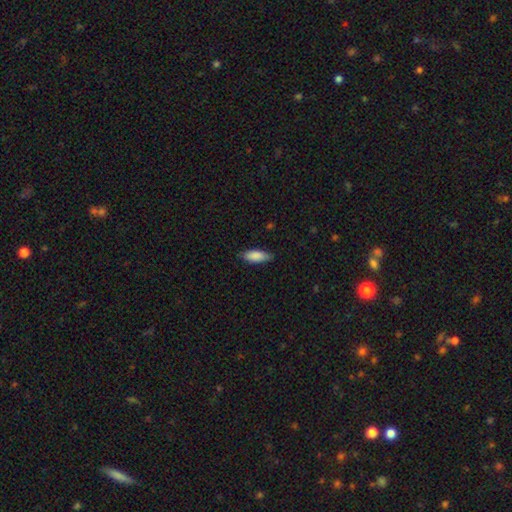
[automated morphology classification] type=smooth (86%); roundness=in between (72%); merging=none (80%).